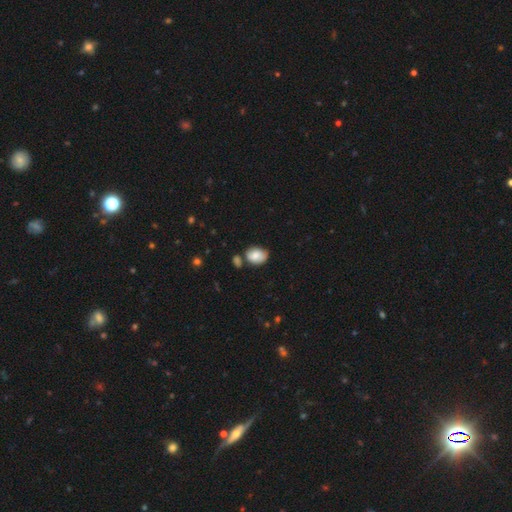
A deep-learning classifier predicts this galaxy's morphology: Smooth or featured? Predicted: smooth (p=0.78). How rounded? Predicted: in between (p=0.66). Merging? Predicted: none (p=0.53).